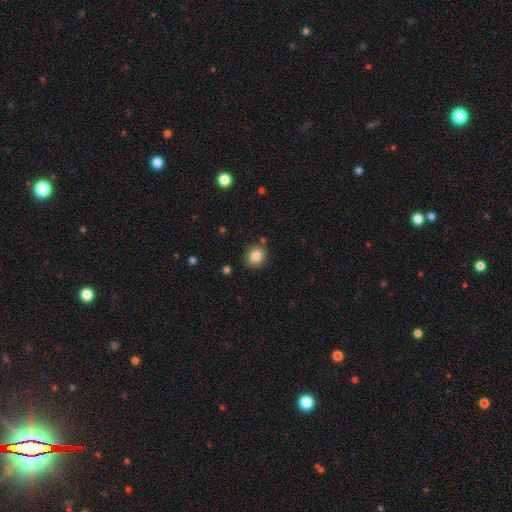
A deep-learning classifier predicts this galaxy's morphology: Smooth or featured? Predicted: smooth (p=0.84). How rounded? Predicted: round (p=0.70). Merging? Predicted: none (p=0.85).